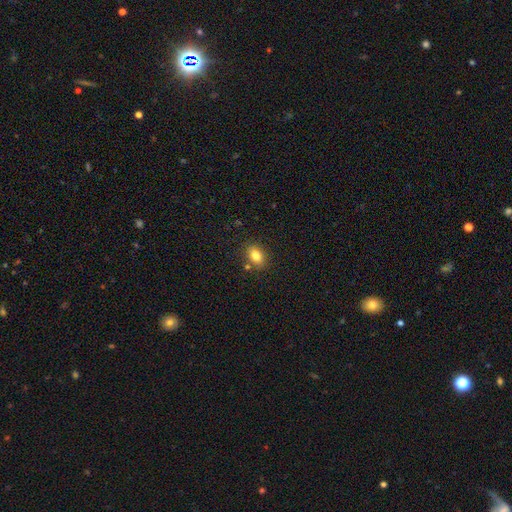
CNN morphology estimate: type=smooth (82%); roundness=in between (74%); merging=none (81%).